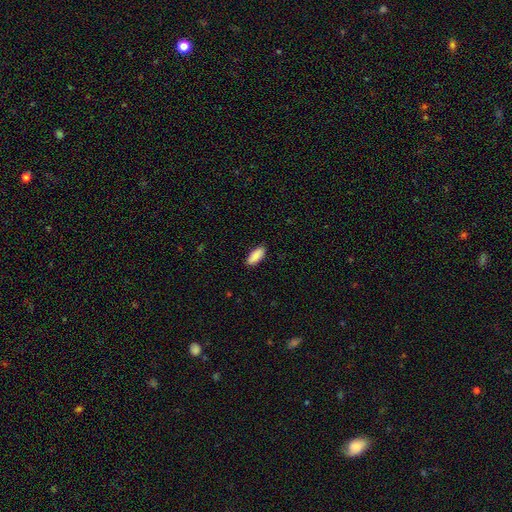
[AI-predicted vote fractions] Smooth or featured?
  - smooth: 88% *
  - featured or disk: 6%
  - star or artifact: 6%
How rounded?
  - in between: 84% *
  - cigar-shaped: 14%
  - round: 2%
Merging?
  - none: 88% *
  - minor disturbance: 9%
  - major disturbance: 2%
  - merger: 1%